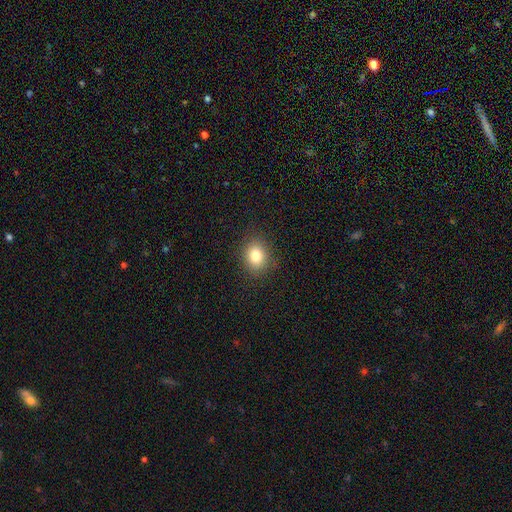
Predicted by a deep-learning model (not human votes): smooth-or-featured: smooth: 81% | star or artifact: 11% | featured or disk: 7%
  how-rounded: round: 60% | in between: 39% | cigar-shaped: 1%
  merging: none: 88% | minor disturbance: 8% | major disturbance: 3% | merger: 1%